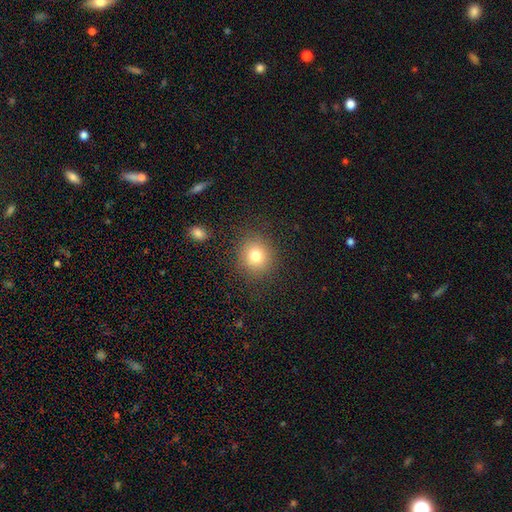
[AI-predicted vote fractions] Smooth or featured?
  - smooth: 79% *
  - star or artifact: 12%
  - featured or disk: 9%
How rounded?
  - round: 83% *
  - in between: 17%
  - cigar-shaped: 1%
Merging?
  - none: 85% *
  - minor disturbance: 9%
  - major disturbance: 4%
  - merger: 2%